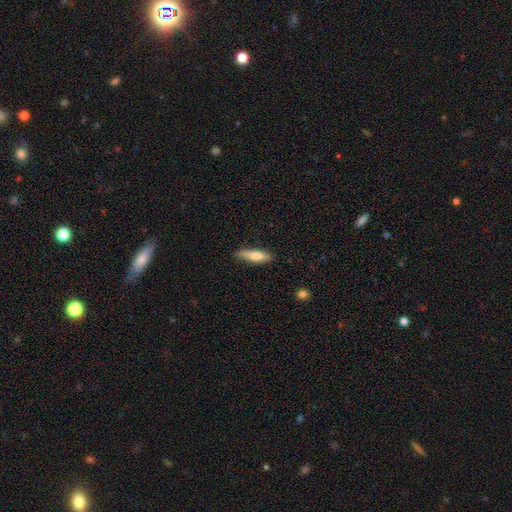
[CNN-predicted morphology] A smooth galaxy with no disk features (80%) that is cigar-shaped (64%).

Vote fractions:
- Smooth or featured? smooth: 80% / featured or disk: 14% / star or artifact: 6%
- How rounded? cigar-shaped: 64% / in between: 35% / round: 2%
- Merging? none: 79% / minor disturbance: 16% / major disturbance: 3% / merger: 1%